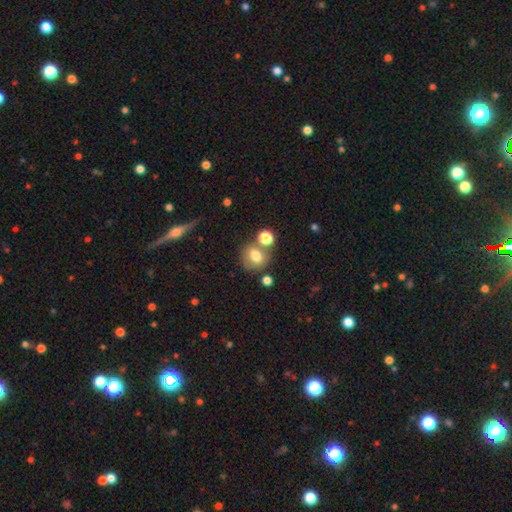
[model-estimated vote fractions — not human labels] The model was most divided on "how rounded": round: 62%, in between: 37%, cigar-shaped: 1%. More confident: smooth or featured — smooth (73%); merging — none (59%).